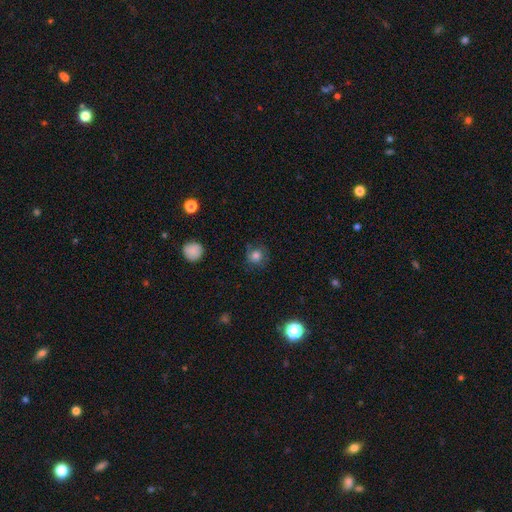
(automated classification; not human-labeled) smooth 70%, featured or disk 17%, star or artifact 13%. Down the decision tree: how rounded — round (88%); merging — none (73%).